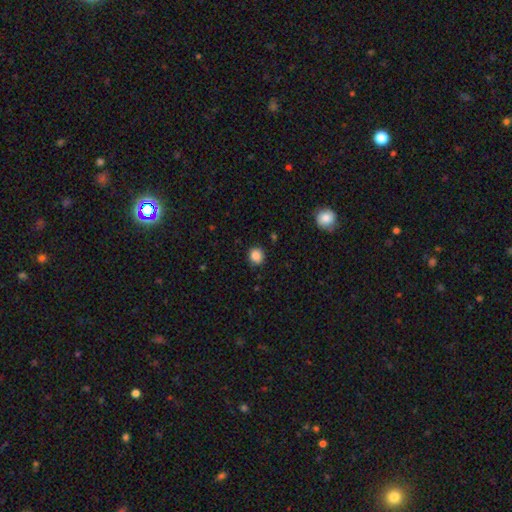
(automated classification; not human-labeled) smooth-or-featured: smooth: 86% | star or artifact: 10% | featured or disk: 4%
  how-rounded: round: 86% | in between: 13% | cigar-shaped: 1%
  merging: none: 89% | minor disturbance: 8% | major disturbance: 2% | merger: 1%